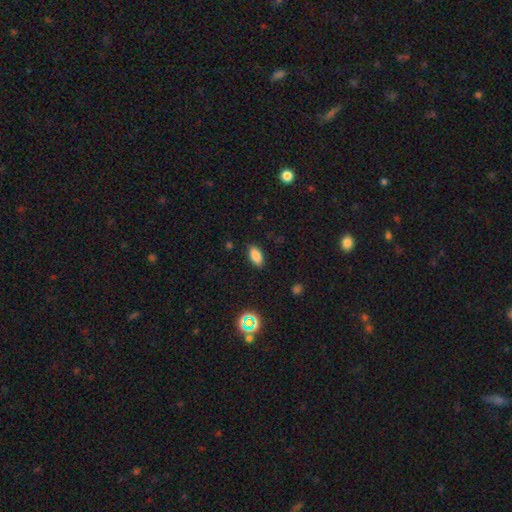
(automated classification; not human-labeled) smooth 83%, star or artifact 11%, featured or disk 6%. Down the decision tree: how rounded — in between (90%); merging — none (85%).